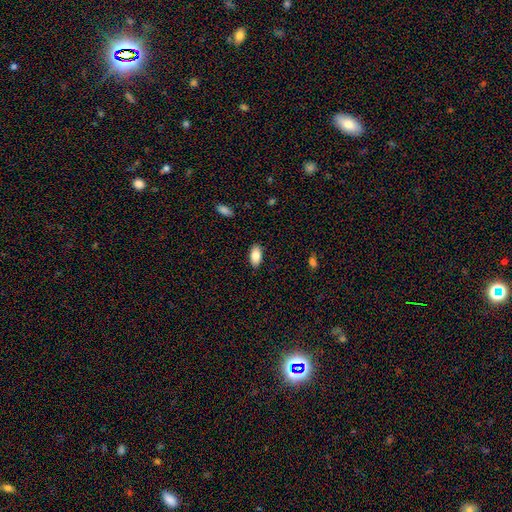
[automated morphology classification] Smooth or featured? smooth (87%)
How rounded? in between (93%)
Merging? none (87%)